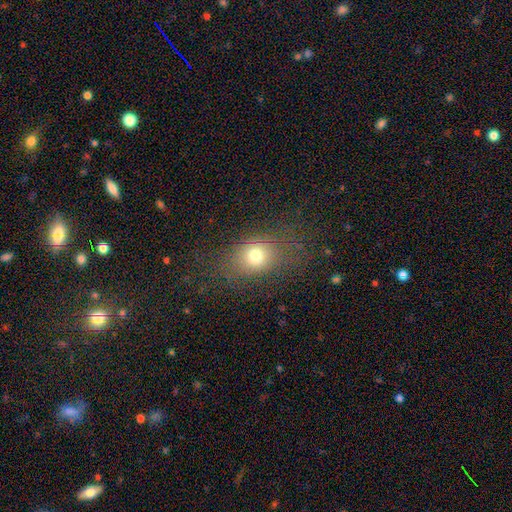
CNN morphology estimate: This is likely a smooth galaxy (72%). How rounded: possibly in between (51%). Merging: likely none (68%).